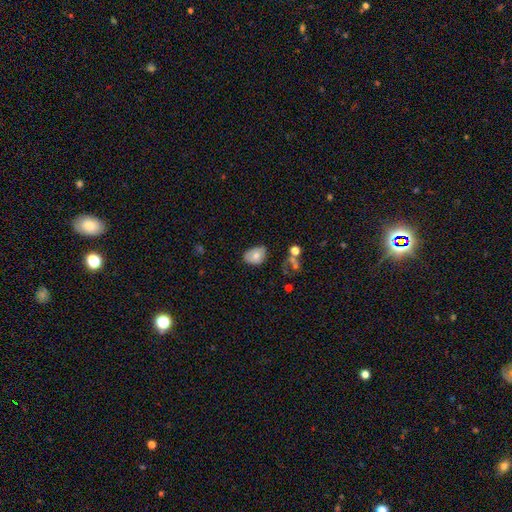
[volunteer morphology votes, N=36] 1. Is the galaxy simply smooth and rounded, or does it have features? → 78% smooth, 19% featured or disk, 3% star or artifact.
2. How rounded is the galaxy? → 79% in between, 21% round, 0% cigar-shaped.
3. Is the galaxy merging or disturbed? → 57% minor disturbance, 31% none, 9% major disturbance, 3% merger.